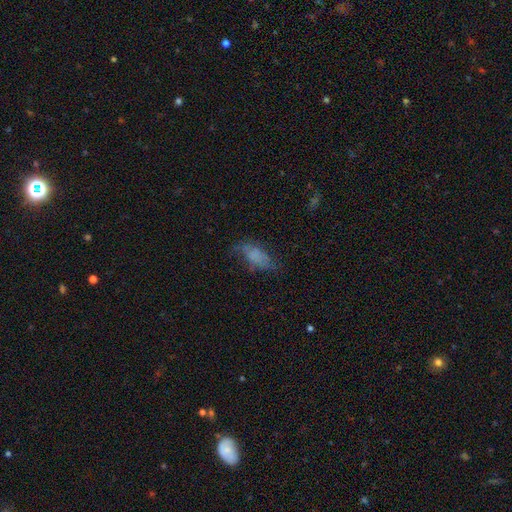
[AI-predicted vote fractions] Overall: smooth (62%; featured or disk 26%). How rounded: in between (85%). Merging: none (43%; minor disturbance 29%).